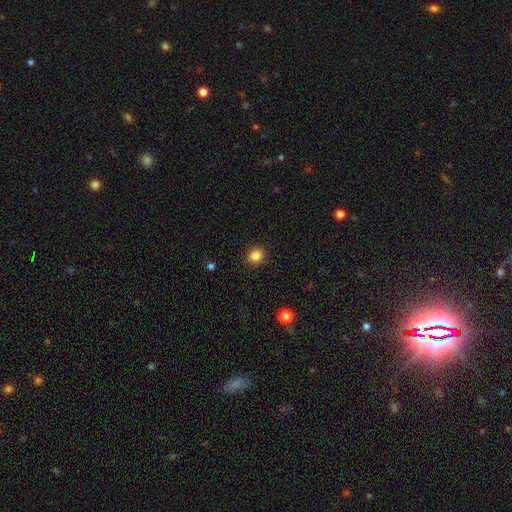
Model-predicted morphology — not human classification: This is clearly a smooth galaxy (85%). How rounded: clearly round (83%). Merging: clearly none (91%).